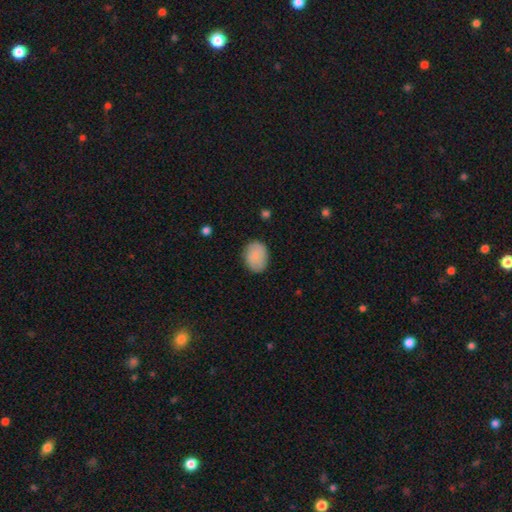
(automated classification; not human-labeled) Smooth or featured? smooth (85%)
How rounded? in between (71%)
Merging? none (83%)